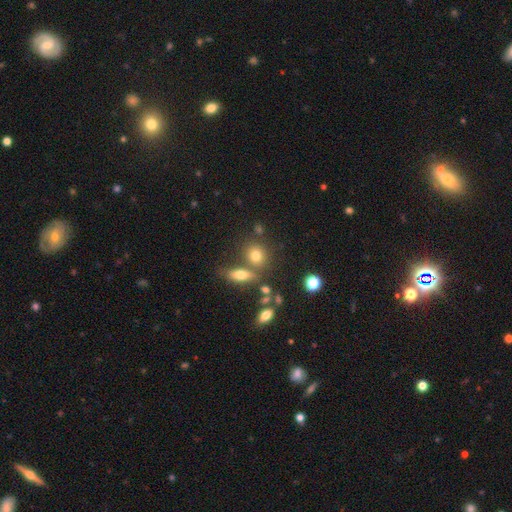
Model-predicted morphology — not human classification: This is likely a smooth galaxy (76%). How rounded: possibly round (59%). Merging: possibly none (59%).